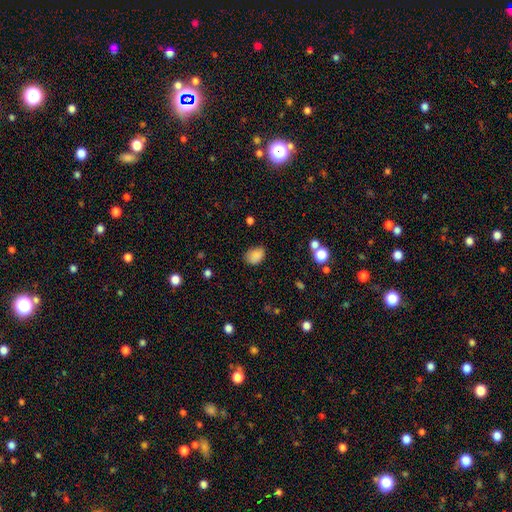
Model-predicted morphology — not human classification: The model was most divided on "how rounded": in between: 75%, round: 24%, cigar-shaped: 1%. More confident: smooth or featured — smooth (85%); merging — none (77%).